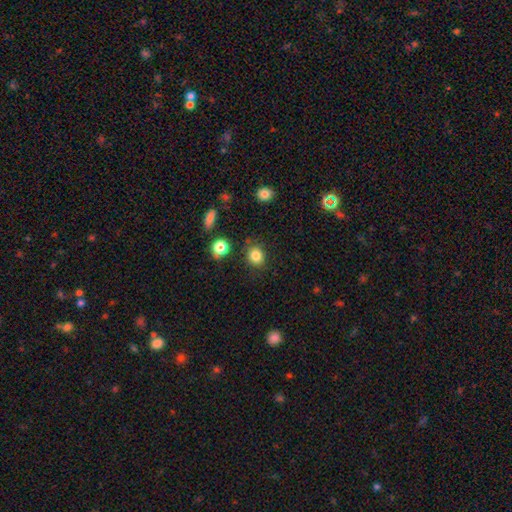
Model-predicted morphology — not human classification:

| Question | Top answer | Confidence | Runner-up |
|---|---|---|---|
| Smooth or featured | smooth | 83% | star or artifact (11%) |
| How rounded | round | 70% | in between (29%) |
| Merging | none | 82% | minor disturbance (11%) |